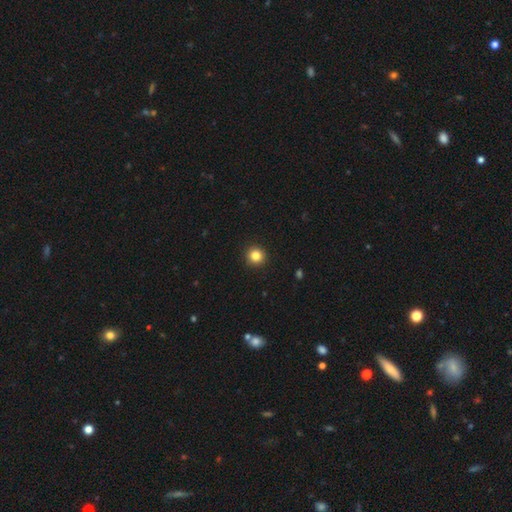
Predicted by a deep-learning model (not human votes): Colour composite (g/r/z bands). It shows a smooth galaxy with no disk features (83%) that is round (95%). Merging: none (93%).